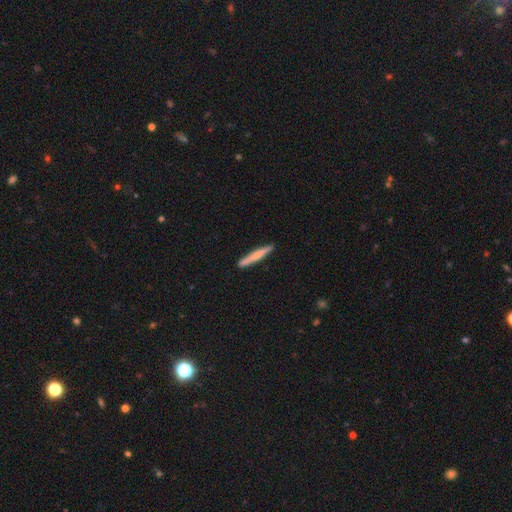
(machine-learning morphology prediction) This is likely a smooth galaxy (64%). How rounded: clearly cigar-shaped (95%). Merging: clearly none (91%).